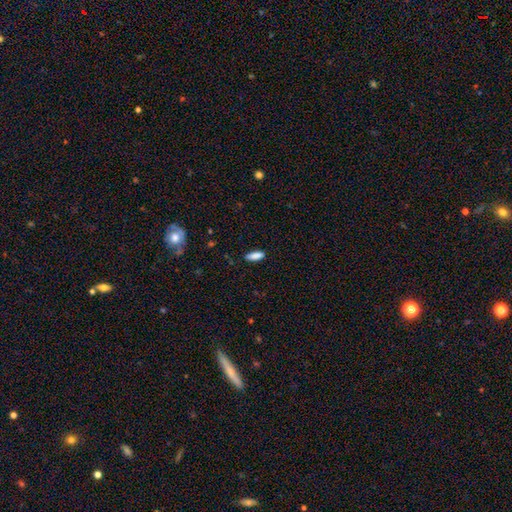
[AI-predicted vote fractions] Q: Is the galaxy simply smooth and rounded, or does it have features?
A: smooth — 87%.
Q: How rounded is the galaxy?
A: in between — 62%.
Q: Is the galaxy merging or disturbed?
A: none — 84%.